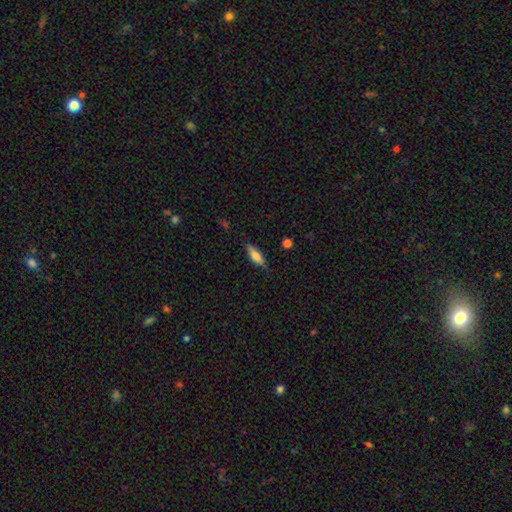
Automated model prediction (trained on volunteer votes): smooth-or-featured: smooth: 72% | featured or disk: 21% | star or artifact: 7%
  how-rounded: in between: 51% | cigar-shaped: 47% | round: 2%
  merging: none: 81% | minor disturbance: 15% | major disturbance: 3% | merger: 1%